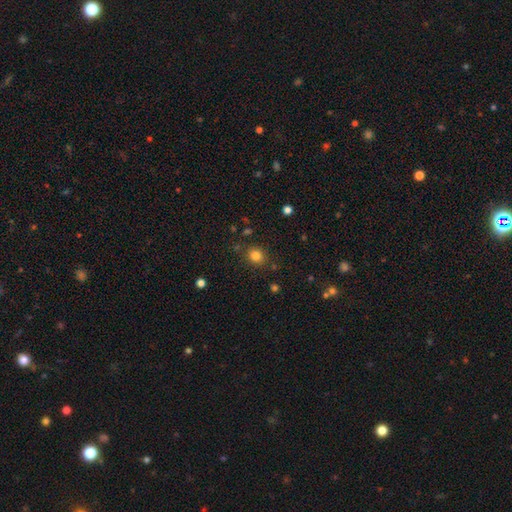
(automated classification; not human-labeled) Smooth or featured? Predicted: smooth (p=0.81). How rounded? Predicted: round (p=0.78). Merging? Predicted: none (p=0.85).